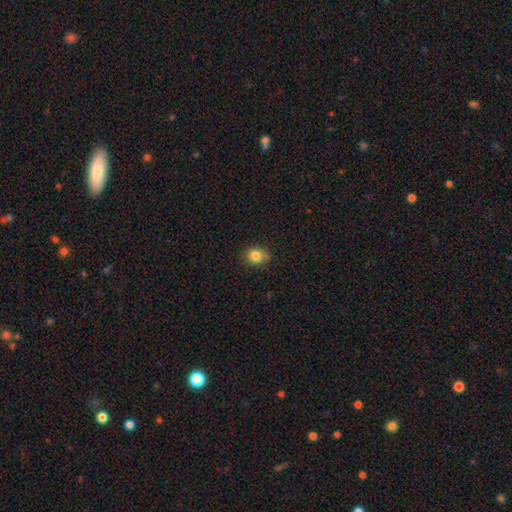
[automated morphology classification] Q: Smooth or featured?
A: smooth (83%); runner-up: star or artifact (11%)
Q: How rounded?
A: round (69%); runner-up: in between (30%)
Q: Merging?
A: none (78%); runner-up: minor disturbance (17%)